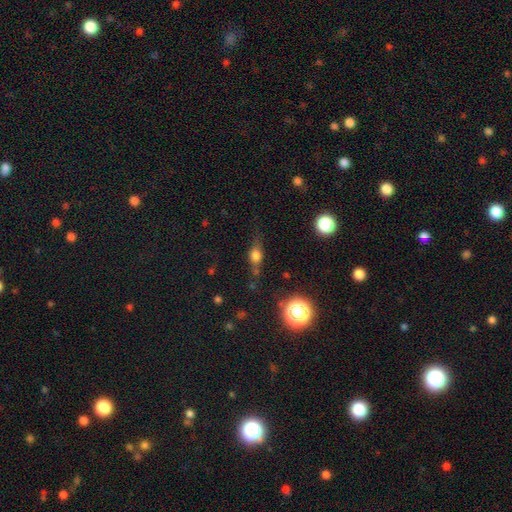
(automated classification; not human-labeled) Q: Smooth or featured?
A: smooth (55%); runner-up: featured or disk (29%)
Q: How rounded?
A: in between (48%); runner-up: round (32%)
Q: Merging?
A: none (64%); runner-up: minor disturbance (22%)